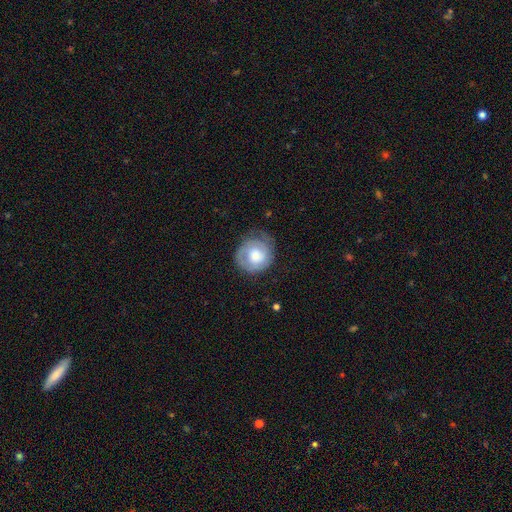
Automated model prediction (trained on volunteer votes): featured or disk 50%, smooth 44%, star or artifact 7%. Down the decision tree: merging — none (62%).